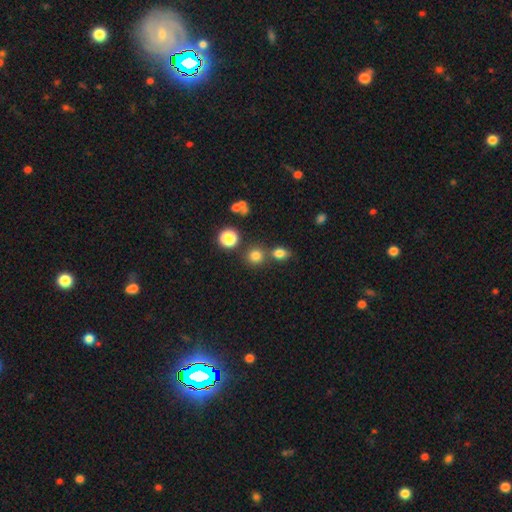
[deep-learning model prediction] Q: Smooth or featured?
A: smooth (77%); runner-up: star or artifact (17%)
Q: How rounded?
A: round (85%); runner-up: in between (13%)
Q: Merging?
A: none (69%); runner-up: merger (20%)